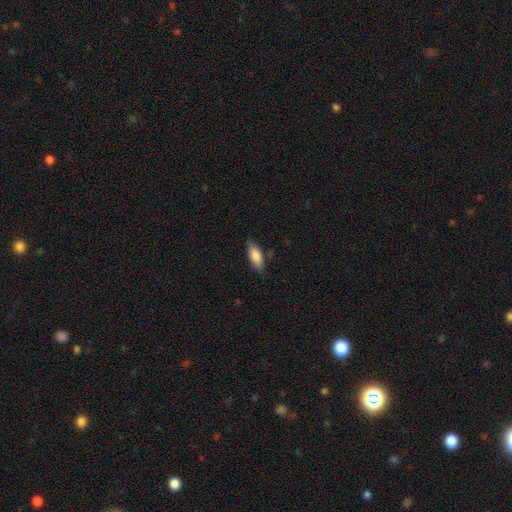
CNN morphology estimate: A smooth galaxy with no disk features (82%) that is in between round and cigar-shaped (74%). Merging: none (79%).